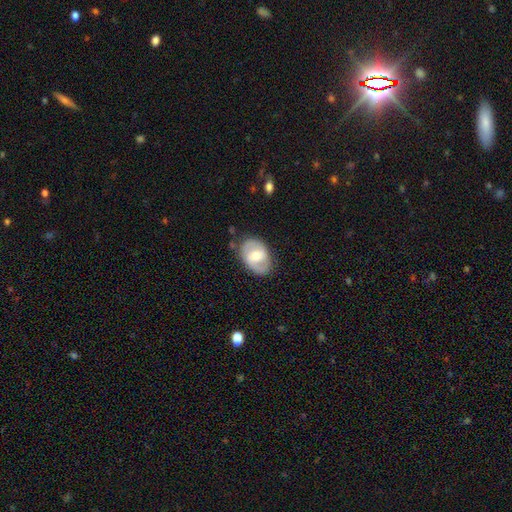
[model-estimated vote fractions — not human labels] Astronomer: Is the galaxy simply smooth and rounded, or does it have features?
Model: featured or disk — 60%.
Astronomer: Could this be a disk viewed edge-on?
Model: no — 95%.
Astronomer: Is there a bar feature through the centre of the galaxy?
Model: weak — 44% (runner-up: no, 39%).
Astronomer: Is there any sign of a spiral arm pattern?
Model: yes — 68%.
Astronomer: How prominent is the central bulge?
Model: moderate — 68%.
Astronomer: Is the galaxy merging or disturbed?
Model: none — 76%.